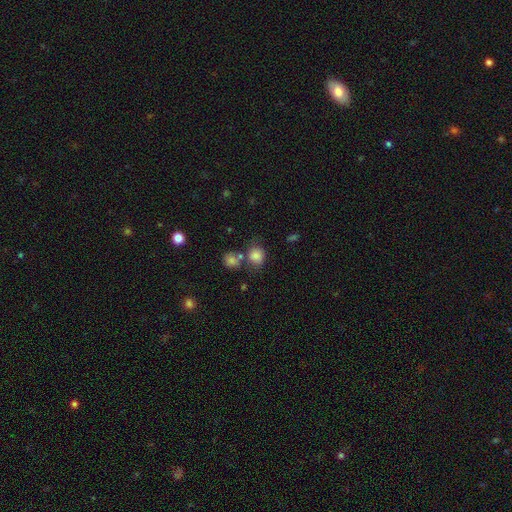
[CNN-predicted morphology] Overall: smooth (82%). How rounded: round (70%). Merging: none (58%; merger 20%).